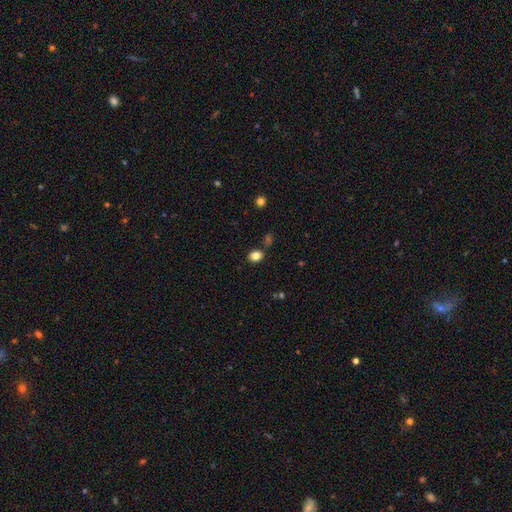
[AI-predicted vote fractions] smooth-or-featured: smooth: 83% | star or artifact: 12% | featured or disk: 5%
  how-rounded: round: 50% | in between: 49% | cigar-shaped: 1%
  merging: none: 80% | minor disturbance: 11% | merger: 6% | major disturbance: 3%